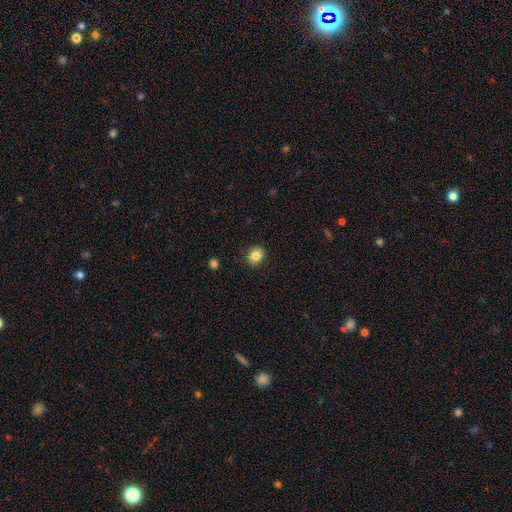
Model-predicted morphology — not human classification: smooth 84%, star or artifact 10%, featured or disk 6%. Down the decision tree: how rounded — round (72%); merging — none (87%).